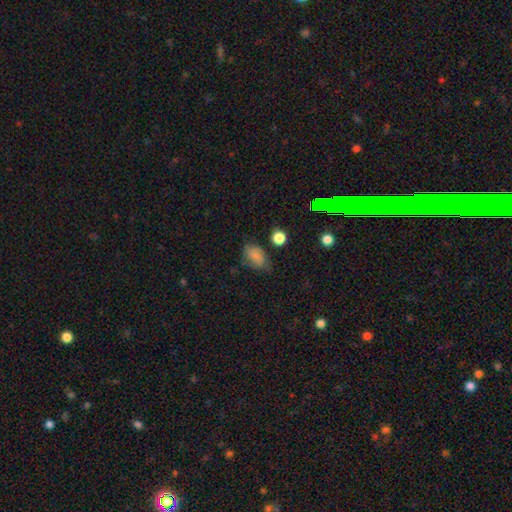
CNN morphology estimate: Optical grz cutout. It shows a smooth galaxy with no disk features (71%) that is in between round and cigar-shaped (79%). Merging: none (54%).